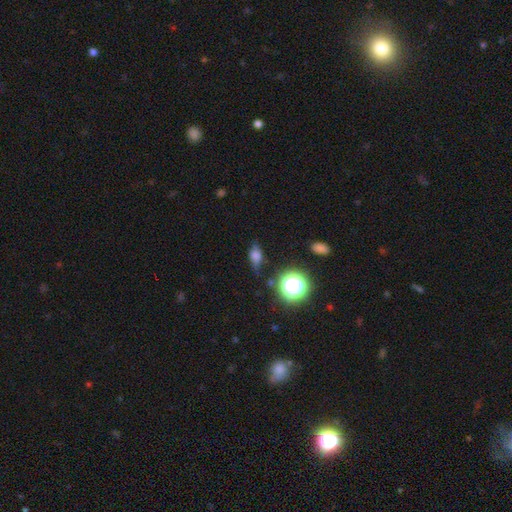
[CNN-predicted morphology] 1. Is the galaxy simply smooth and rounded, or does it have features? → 62% smooth, 19% star or artifact, 19% featured or disk.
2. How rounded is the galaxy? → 68% in between, 21% round, 11% cigar-shaped.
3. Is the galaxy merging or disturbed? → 64% none, 24% minor disturbance, 9% major disturbance, 4% merger.